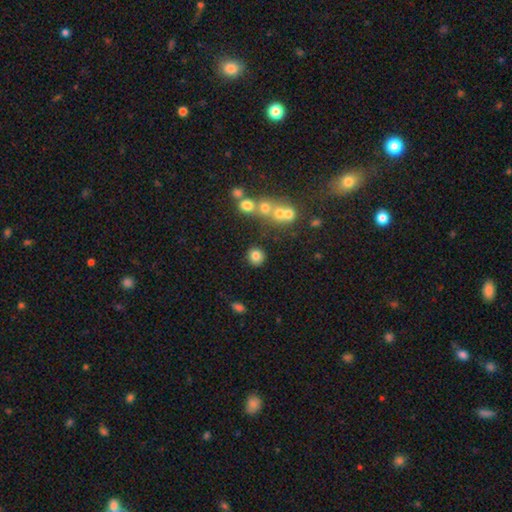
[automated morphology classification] Q: Smooth or featured?
A: smooth (80%); runner-up: star or artifact (12%)
Q: How rounded?
A: round (89%); runner-up: in between (10%)
Q: Merging?
A: none (84%); runner-up: minor disturbance (8%)